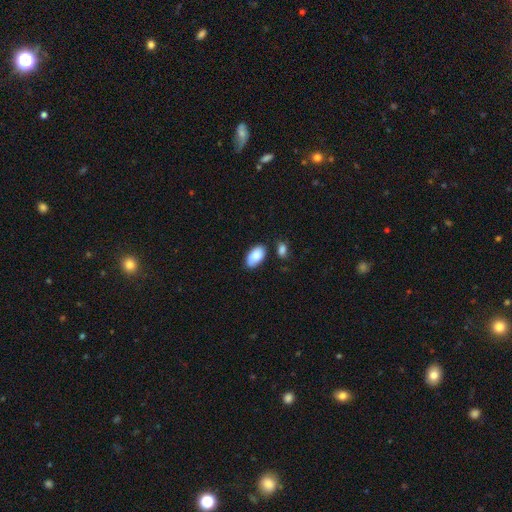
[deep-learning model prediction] This appears to be a smooth galaxy with no disk features (84%) that is in between round and cigar-shaped (94%). Merging: none (64%).